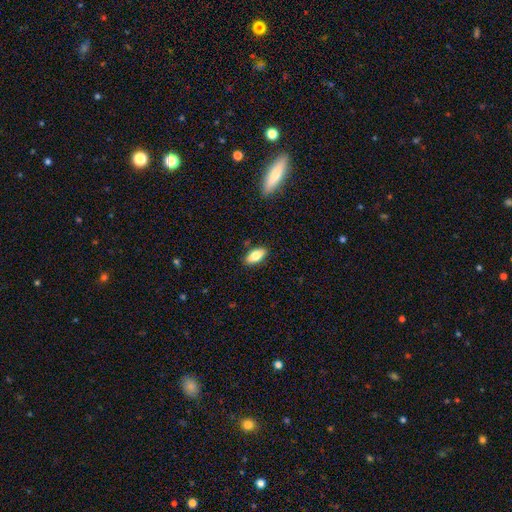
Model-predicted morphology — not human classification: smooth_or_featured: smooth (p=0.81) [alt: featured or disk p=0.12]
how_rounded: in between (p=0.88) [alt: cigar-shaped p=0.09]
merging: none (p=0.86) [alt: minor disturbance p=0.10]